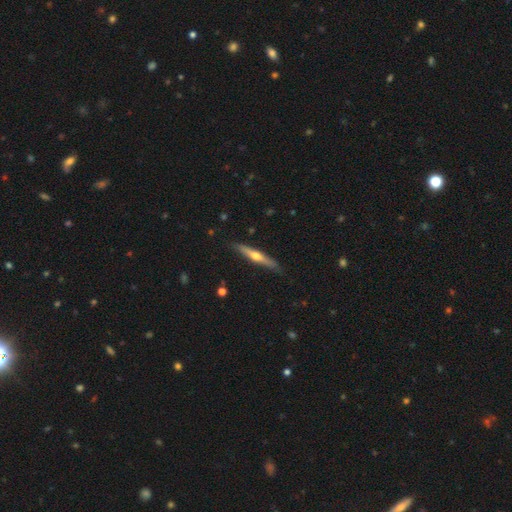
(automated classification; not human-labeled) A featured or disk galaxy (61%) viewed edge-on (96%) with a rounded central bulge (89%). Merging: none (87%).